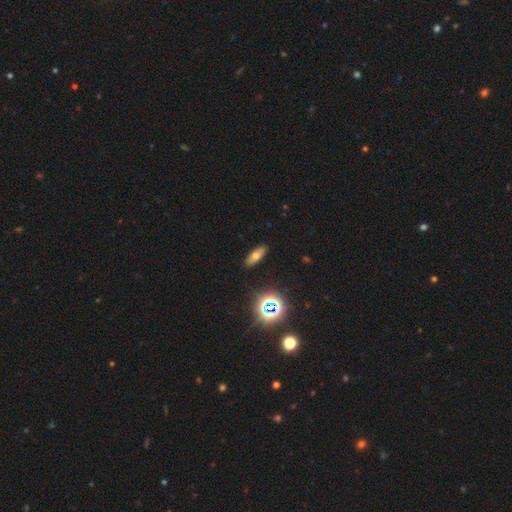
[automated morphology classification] The model was most divided on "how rounded": in between: 61%, cigar-shaped: 33%, round: 6%. More confident: merging — none (89%); smooth or featured — smooth (63%).